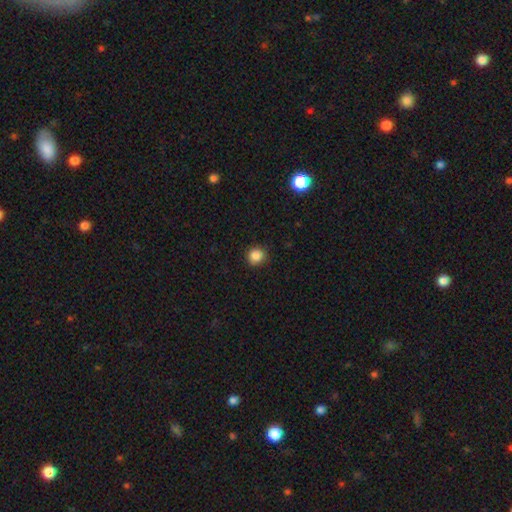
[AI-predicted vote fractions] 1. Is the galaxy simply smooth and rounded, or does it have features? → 87% smooth, 10% star or artifact, 3% featured or disk.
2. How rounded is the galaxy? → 86% round, 13% in between, 1% cigar-shaped.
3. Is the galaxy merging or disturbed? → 89% none, 8% minor disturbance, 2% major disturbance, 1% merger.